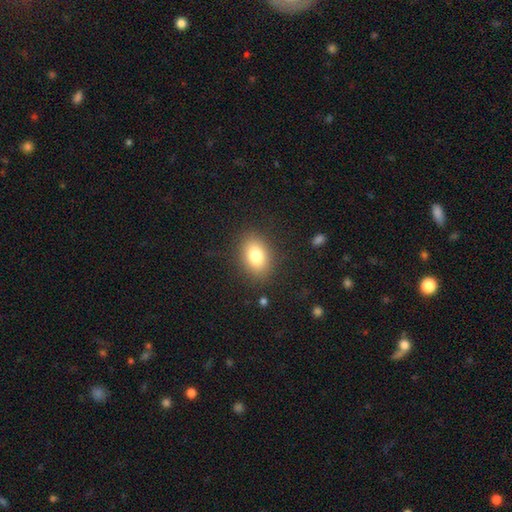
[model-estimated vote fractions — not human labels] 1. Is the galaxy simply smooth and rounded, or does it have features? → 81% smooth, 10% featured or disk, 9% star or artifact.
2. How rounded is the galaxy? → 78% in between, 20% round, 1% cigar-shaped.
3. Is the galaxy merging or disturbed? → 86% none, 9% minor disturbance, 4% major disturbance, 1% merger.